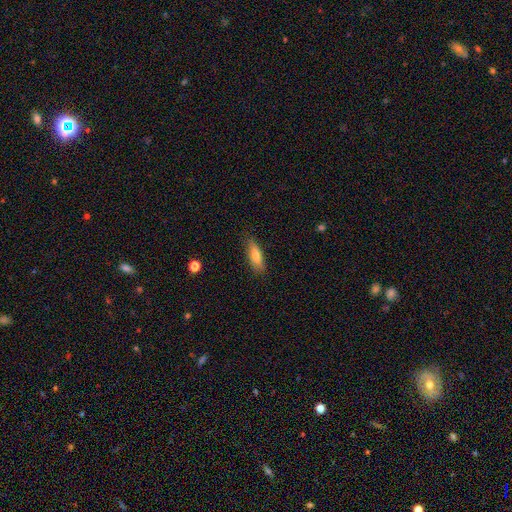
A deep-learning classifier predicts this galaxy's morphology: Smooth or featured? smooth (74%)
How rounded? cigar-shaped (50%)
Merging? none (81%)